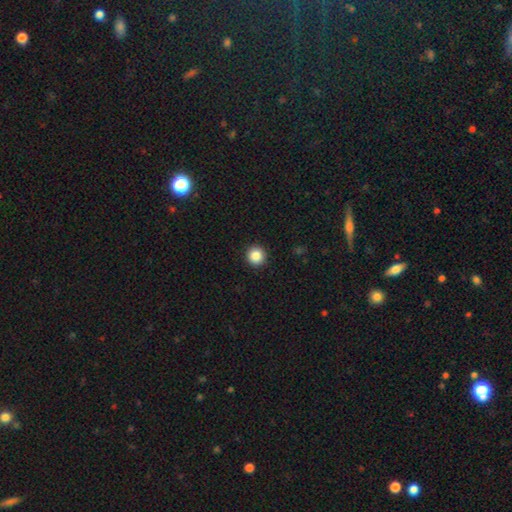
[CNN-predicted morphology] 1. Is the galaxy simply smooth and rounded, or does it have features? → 86% smooth, 10% star or artifact, 4% featured or disk.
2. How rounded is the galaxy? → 95% round, 4% in between, 1% cigar-shaped.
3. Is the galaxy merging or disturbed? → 93% none, 4% minor disturbance, 2% major disturbance, 1% merger.